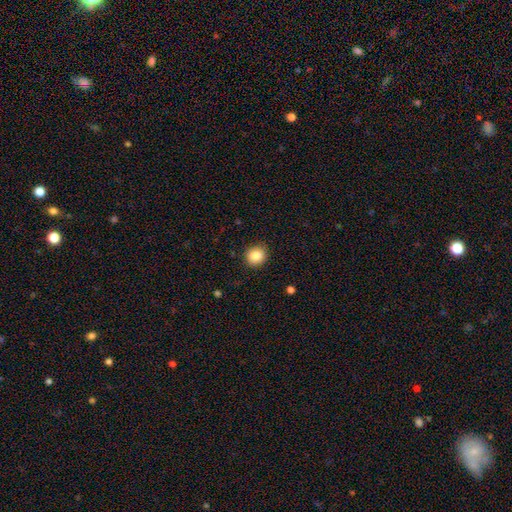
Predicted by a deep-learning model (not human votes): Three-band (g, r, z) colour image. It shows a smooth galaxy with no disk features (87%) that is round (75%). Merging: none (86%).